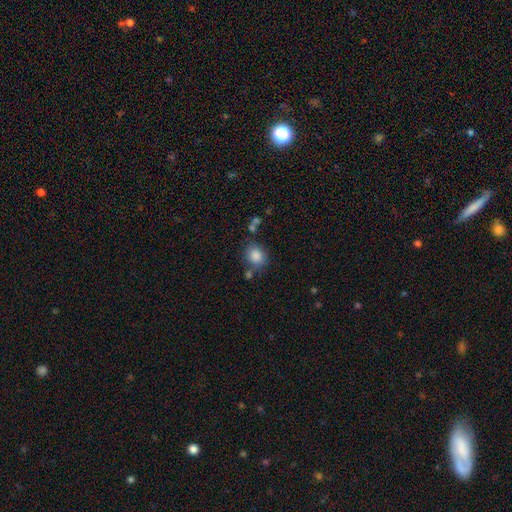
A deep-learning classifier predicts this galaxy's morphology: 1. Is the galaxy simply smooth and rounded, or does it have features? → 86% smooth, 9% star or artifact, 5% featured or disk.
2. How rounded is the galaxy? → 62% round, 37% in between, 1% cigar-shaped.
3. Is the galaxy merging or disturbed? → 71% none, 15% minor disturbance, 10% merger, 5% major disturbance.